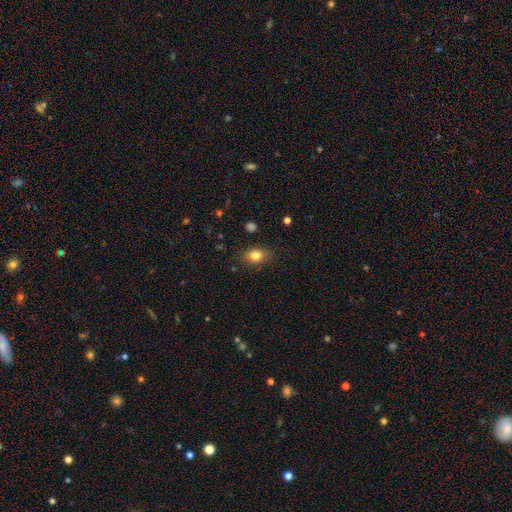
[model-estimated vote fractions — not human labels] Smooth or featured: smooth — 82% (star or artifact — 10%)
How rounded: in between — 67% (round — 31%)
Merging: none — 83% (minor disturbance — 13%)